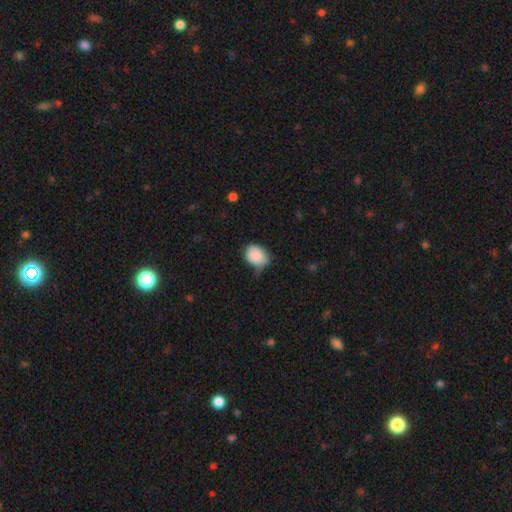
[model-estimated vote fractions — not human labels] Q: Smooth or featured?
A: smooth (86%); runner-up: star or artifact (8%)
Q: How rounded?
A: in between (61%); runner-up: round (38%)
Q: Merging?
A: minor disturbance (43%); runner-up: none (41%)